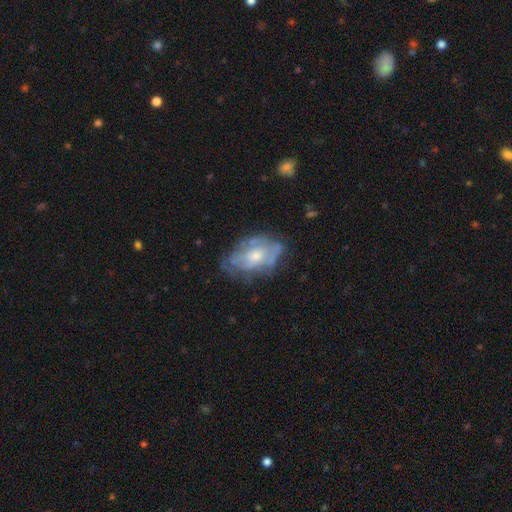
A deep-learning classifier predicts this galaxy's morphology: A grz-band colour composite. It shows a featured or disk galaxy (61%) with no bar (80%), no spiral arms (57%) and a moderate central bulge (52%). Merging: none (58%).